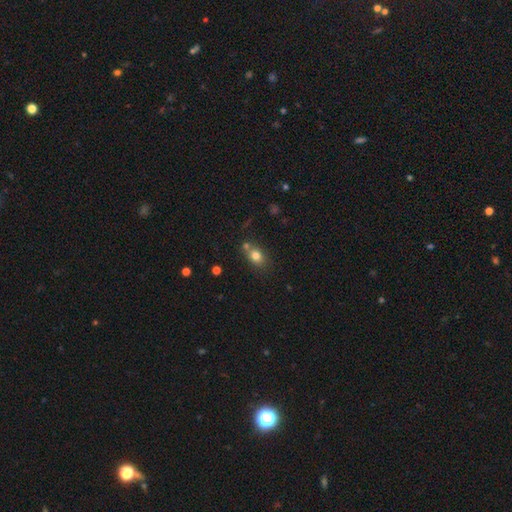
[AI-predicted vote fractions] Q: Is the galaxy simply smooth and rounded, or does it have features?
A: smooth — 78%.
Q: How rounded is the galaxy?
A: in between — 59%.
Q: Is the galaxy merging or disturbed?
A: none — 58%.